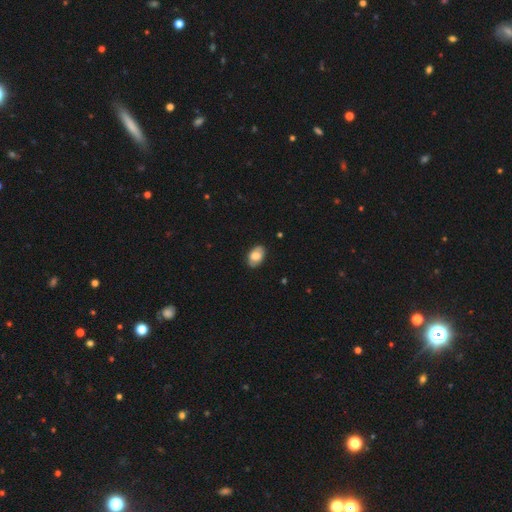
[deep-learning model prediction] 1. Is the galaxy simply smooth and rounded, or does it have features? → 70% smooth, 22% featured or disk, 7% star or artifact.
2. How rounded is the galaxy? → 90% in between, 9% round, 1% cigar-shaped.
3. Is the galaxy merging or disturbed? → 82% none, 14% minor disturbance, 3% major disturbance, 1% merger.